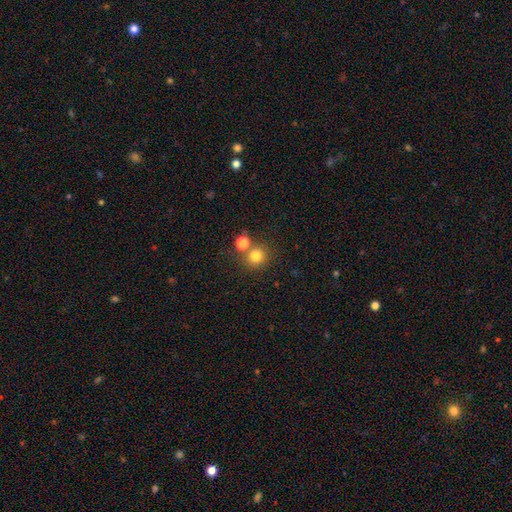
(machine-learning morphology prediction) type=smooth (78%); roundness=round (90%); merging=none (70%).